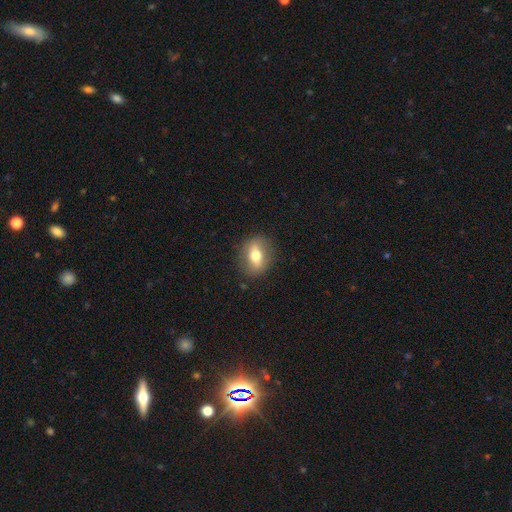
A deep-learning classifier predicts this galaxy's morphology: type=smooth (59%); roundness=in between (62%); merging=none (85%).